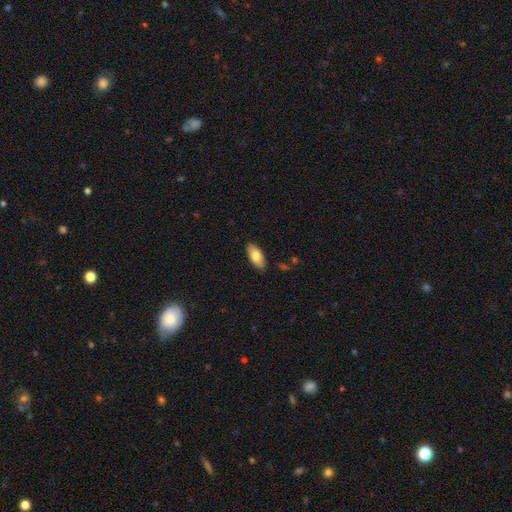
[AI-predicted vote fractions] Morphology: type=smooth (79%); roundness=in between (89%); merging=none (87%).